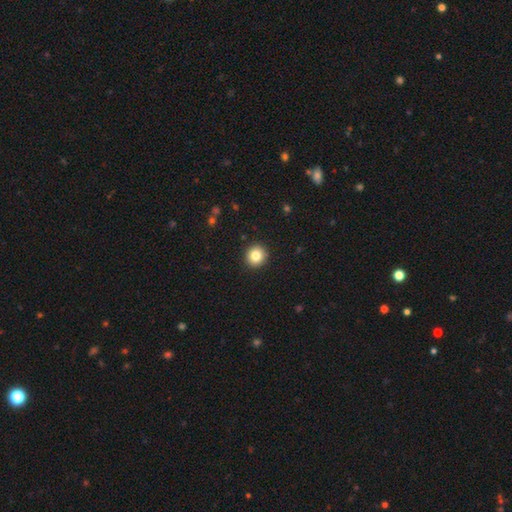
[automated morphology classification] smooth 83%, star or artifact 10%, featured or disk 8%. Down the decision tree: how rounded — round (91%); merging — none (93%).